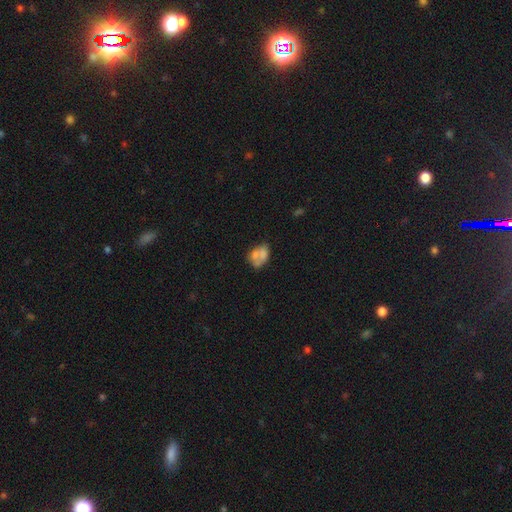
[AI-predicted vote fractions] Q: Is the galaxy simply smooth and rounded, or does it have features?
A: smooth — 58%.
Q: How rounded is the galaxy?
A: in between — 75%.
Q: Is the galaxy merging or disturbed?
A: merger — 42%.